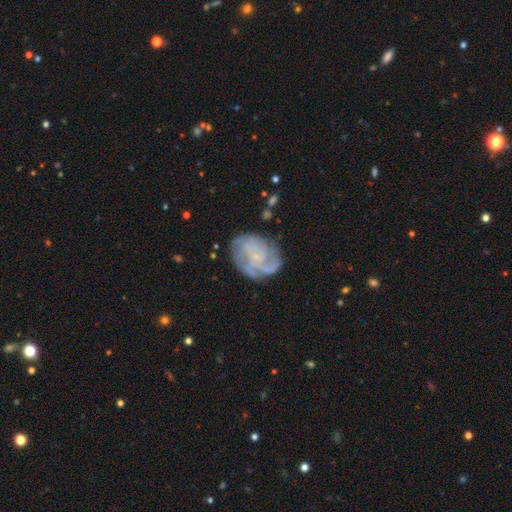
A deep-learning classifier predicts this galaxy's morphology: Overall: featured or disk (78%). Edge-on disk: no (98%). Bar: no (71%). Spiral arms: yes (91%). Spiral arm count: can't tell (31%; 3 26%). Spiral winding: tight (49%; medium 38%). Bulge size: small (70%). Merging: none (68%).